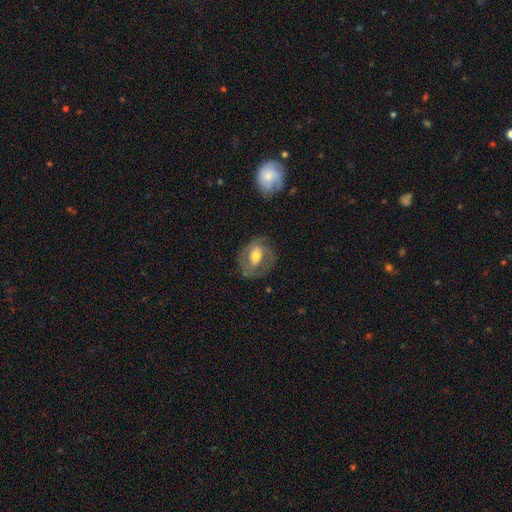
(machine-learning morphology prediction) This is likely a featured or disk galaxy (66%). It is clearly not viewed edge-on (96%). Bar: marginally weak (42%). Spiral arm pattern: likely yes (79%). Spiral arm count: likely 2 (61%). Spiral winding: marginally medium (43%). Central bulge: likely moderate (65%). Merging: likely none (65%).